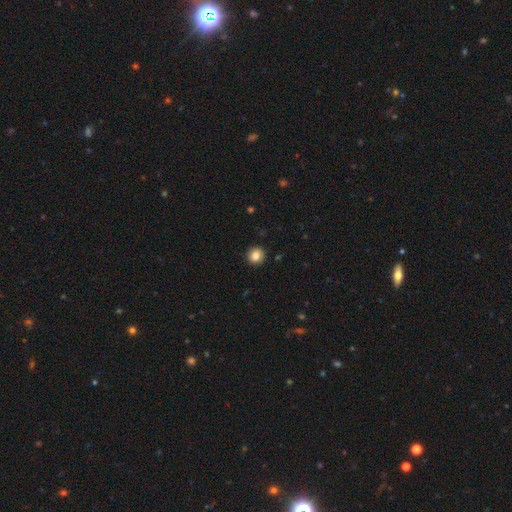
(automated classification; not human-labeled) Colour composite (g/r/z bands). It shows a smooth galaxy with no disk features (84%) that is round (92%). Merging: none (92%).